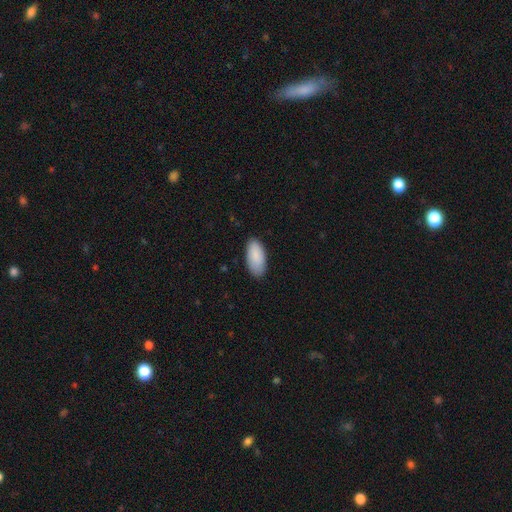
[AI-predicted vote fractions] A smooth galaxy with no disk features (89%) that is in between round and cigar-shaped (93%). Merging: none (83%).